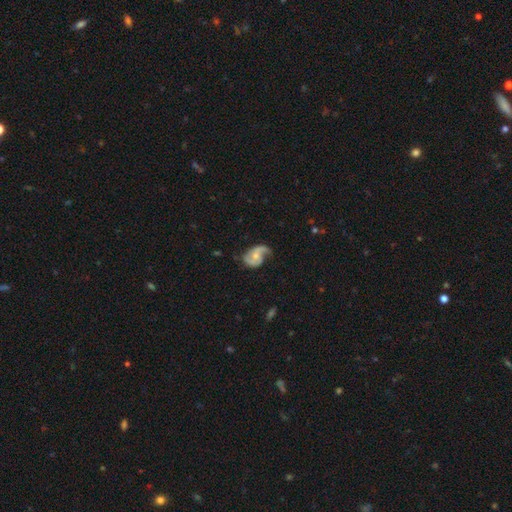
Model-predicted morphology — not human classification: Smooth or featured? featured or disk (78%)
Edge-on disk? no (97%)
Bar? no (67%)
Spiral arms? yes (93%)
Spiral winding? loose (42%)
Spiral arm count? 2 (71%)
Bulge size? small (47%)
Merging? none (47%)